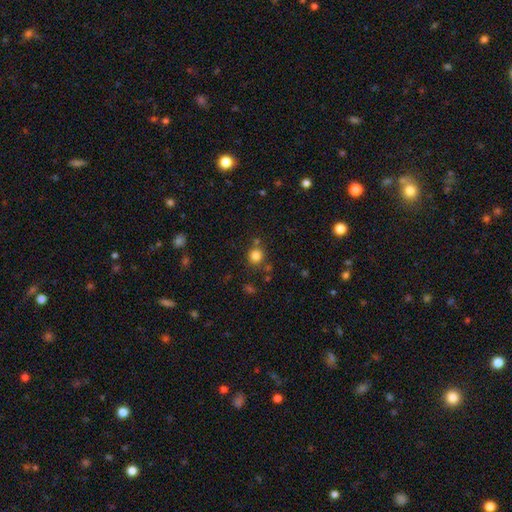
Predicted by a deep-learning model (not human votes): Q: Smooth or featured?
A: smooth (82%); runner-up: star or artifact (13%)
Q: How rounded?
A: round (88%); runner-up: in between (11%)
Q: Merging?
A: none (78%); runner-up: minor disturbance (10%)